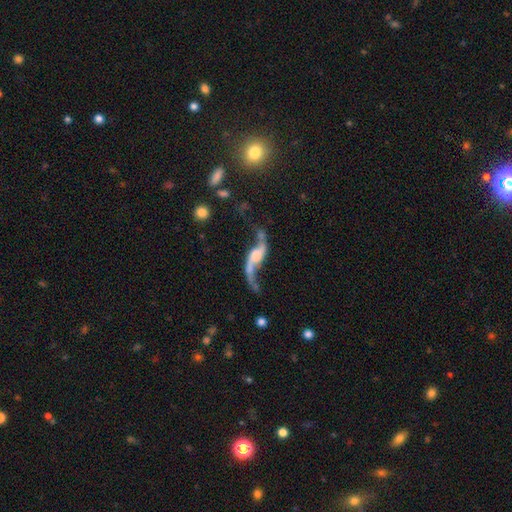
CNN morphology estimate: Overall: featured or disk (87%). Edge-on disk: no (90%). Bar: no (47%; weak 36%). Spiral arms: yes (95%). Spiral arm count: 2 (93%). Spiral winding: loose (93%). Bulge size: moderate (31%; small 22%). Merging: none (55%; minor disturbance 18%).